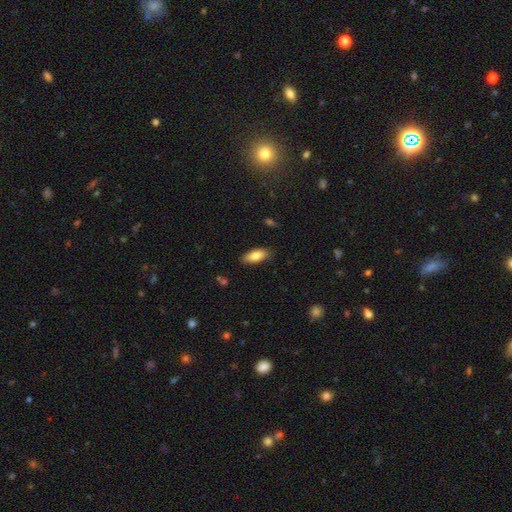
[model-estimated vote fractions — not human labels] Smooth or featured: smooth — 82% (featured or disk — 11%)
How rounded: in between — 84% (cigar-shaped — 14%)
Merging: none — 86% (minor disturbance — 11%)